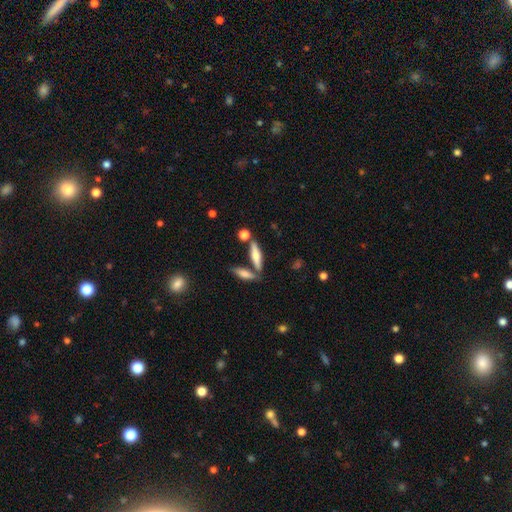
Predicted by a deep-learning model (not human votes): Q: Smooth or featured?
A: smooth (59%); runner-up: featured or disk (33%)
Q: How rounded?
A: cigar-shaped (72%); runner-up: in between (24%)
Q: Merging?
A: none (68%); runner-up: merger (18%)